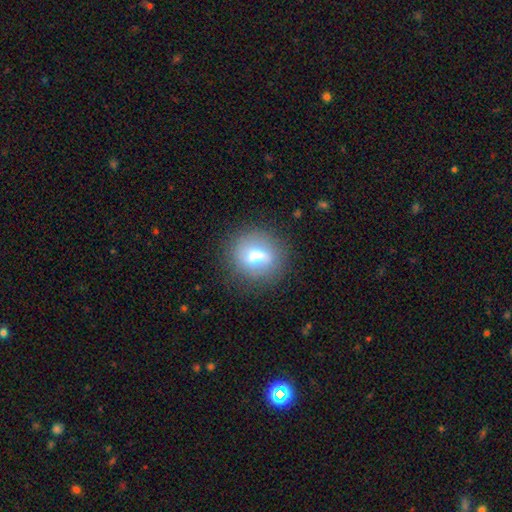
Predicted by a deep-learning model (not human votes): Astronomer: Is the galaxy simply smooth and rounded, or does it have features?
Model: smooth — 59%.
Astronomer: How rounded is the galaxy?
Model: round — 77%.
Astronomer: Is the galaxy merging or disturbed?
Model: none — 69%.